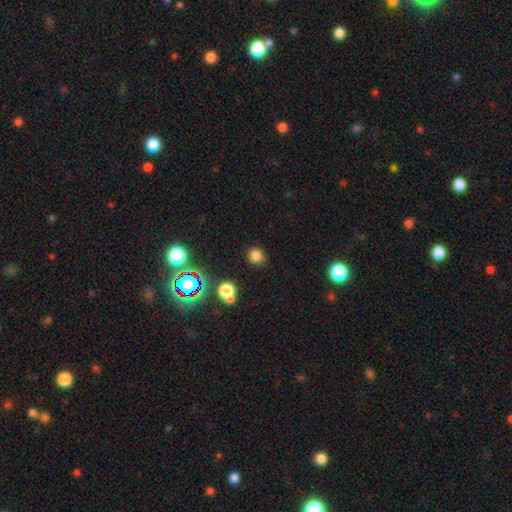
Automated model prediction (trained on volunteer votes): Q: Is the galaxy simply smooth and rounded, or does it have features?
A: smooth — 78%.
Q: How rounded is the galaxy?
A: round — 89%.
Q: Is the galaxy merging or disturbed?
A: none — 87%.